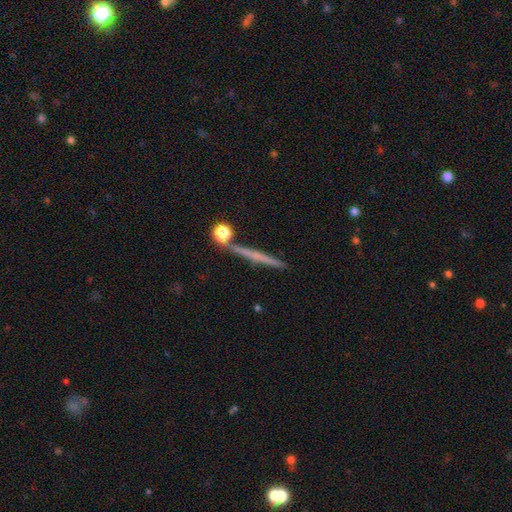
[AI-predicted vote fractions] A featured or disk galaxy (51%) viewed edge-on (96%).

Vote fractions:
- Smooth or featured? featured or disk: 51% / smooth: 41% / star or artifact: 9%
- Edge-on disk? yes: 96% / no: 4%
- Merging? none: 84% / minor disturbance: 8% / merger: 6% / major disturbance: 2%